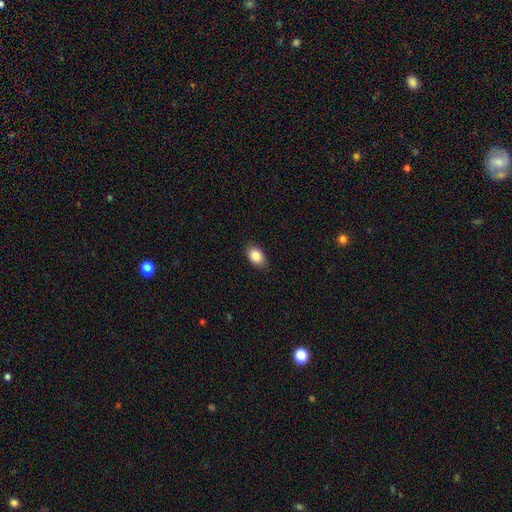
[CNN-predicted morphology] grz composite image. It shows a smooth galaxy with no disk features (86%) that is in between round and cigar-shaped (86%). Merging: none (86%).